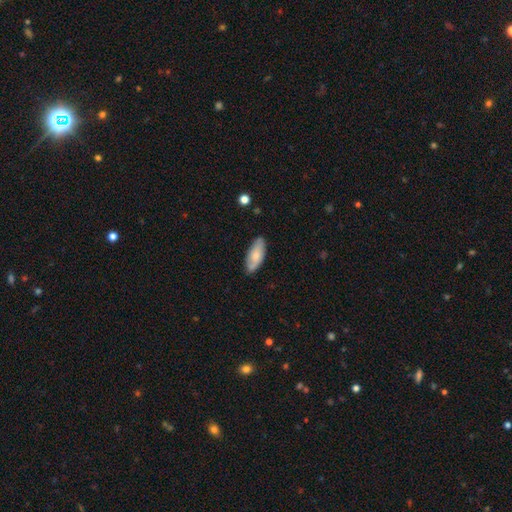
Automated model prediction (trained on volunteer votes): Smooth or featured? Predicted: smooth (p=0.71). How rounded? Predicted: in between (p=0.83). Merging? Predicted: none (p=0.77).